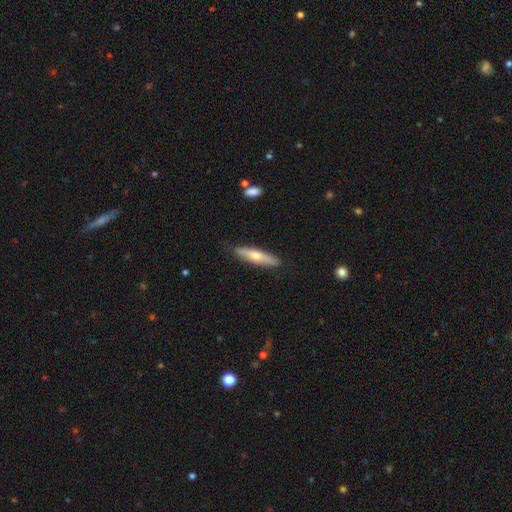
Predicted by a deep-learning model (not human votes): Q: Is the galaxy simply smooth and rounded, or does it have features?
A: smooth — 54%.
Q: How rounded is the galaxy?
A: cigar-shaped — 79%.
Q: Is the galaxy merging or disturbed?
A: none — 88%.